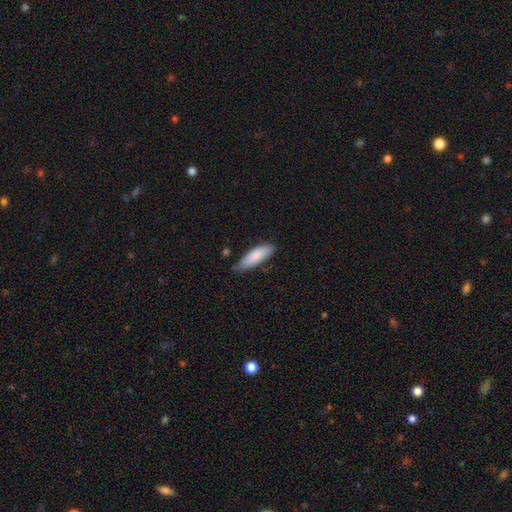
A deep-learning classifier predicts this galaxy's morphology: smooth-or-featured: smooth: 85% | featured or disk: 9% | star or artifact: 5%
  how-rounded: in between: 55% | cigar-shaped: 44% | round: 1%
  merging: none: 68% | minor disturbance: 26% | major disturbance: 4% | merger: 2%